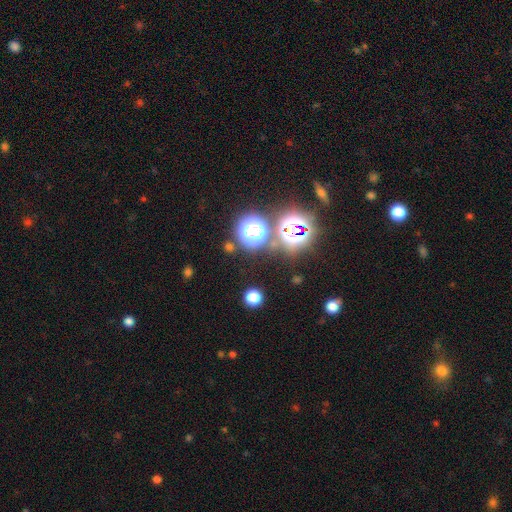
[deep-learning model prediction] This appears to be a star or artifact, not a galaxy (79%).